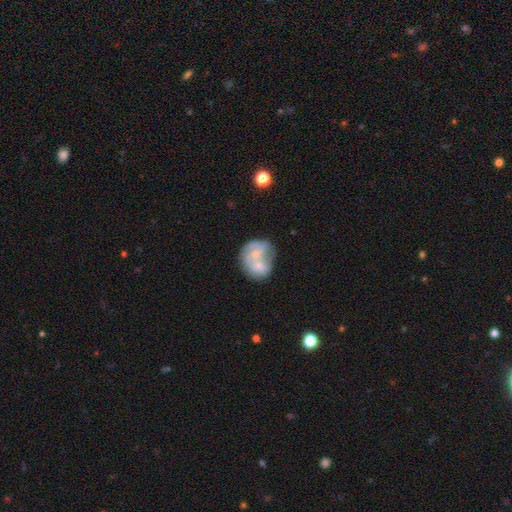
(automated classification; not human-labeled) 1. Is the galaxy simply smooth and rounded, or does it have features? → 61% featured or disk, 32% smooth, 8% star or artifact.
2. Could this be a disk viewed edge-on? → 98% no, 2% yes.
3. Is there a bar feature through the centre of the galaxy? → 73% no, 22% weak, 4% strong.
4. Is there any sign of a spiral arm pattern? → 67% yes, 33% no.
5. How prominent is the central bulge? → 58% small, 27% moderate, 12% none, 2% large, 1% dominant.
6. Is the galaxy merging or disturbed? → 45% merger, 30% none, 15% minor disturbance, 10% major disturbance.